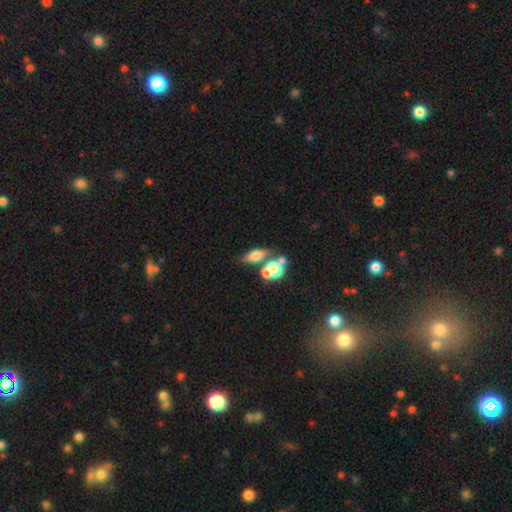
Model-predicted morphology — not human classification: Smooth or featured? Predicted: smooth (p=0.61). How rounded? Predicted: in between (p=0.62). Merging? Predicted: none (p=0.50).